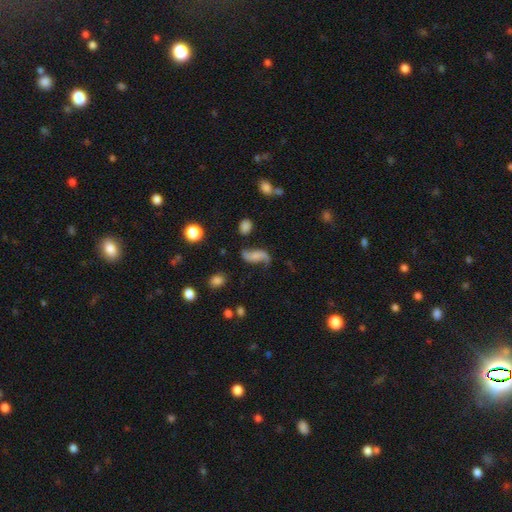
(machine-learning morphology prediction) The model was most divided on "bulge size": small: 37%, none: 36%, moderate: 20%, large: 5%, dominant: 2%. More confident: edge-on disk — no (95%); spiral arms — yes (94%); spiral arm count — 2 (91%); spiral winding — loose (88%); smooth or featured — featured or disk (74%); merging — none (68%); bar — no (57%).